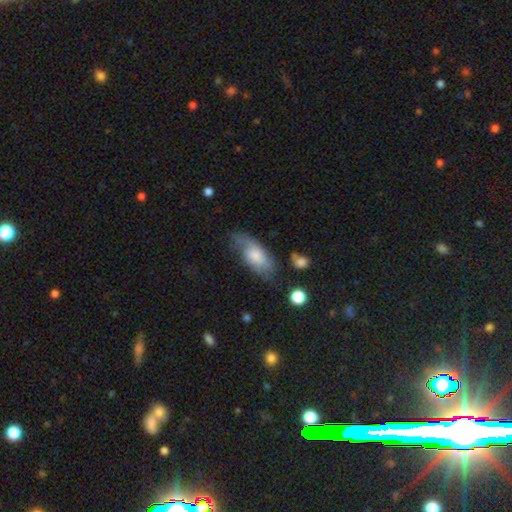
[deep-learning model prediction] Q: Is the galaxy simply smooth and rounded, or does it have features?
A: smooth — 62%.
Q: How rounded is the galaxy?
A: in between — 88%.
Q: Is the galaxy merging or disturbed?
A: none — 48%.